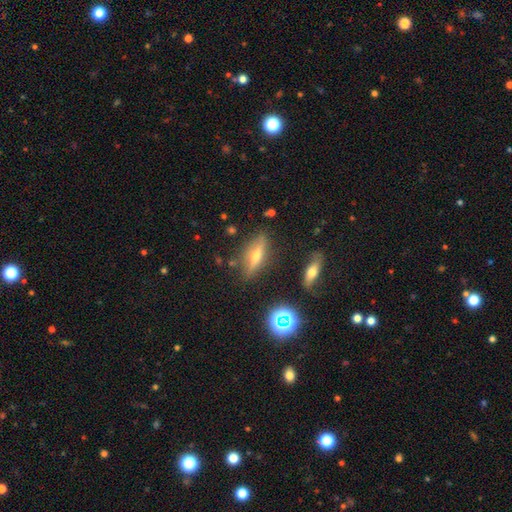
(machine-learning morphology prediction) smooth_or_featured: featured or disk (p=0.52) [alt: smooth p=0.34]
disk_edge_on: yes (p=0.88) [alt: no p=0.12]
merging: none (p=0.81) [alt: minor disturbance p=0.12]